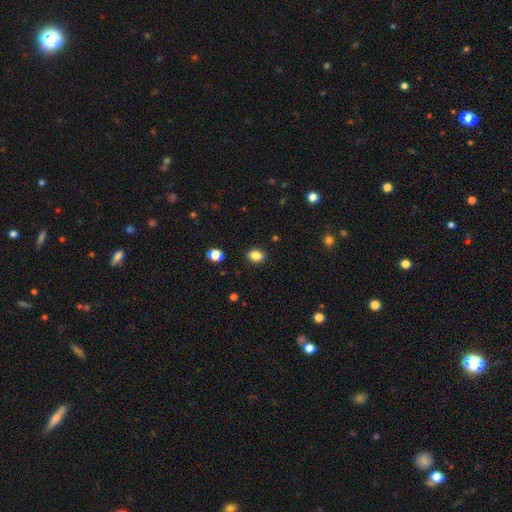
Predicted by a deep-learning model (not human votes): Overall: smooth (86%). How rounded: in between (72%). Merging: none (88%).